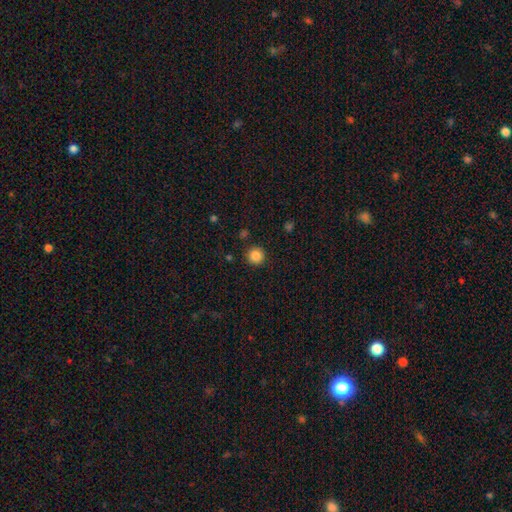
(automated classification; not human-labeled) Smooth or featured? Predicted: smooth (p=0.85). How rounded? Predicted: round (p=0.95). Merging? Predicted: none (p=0.91).